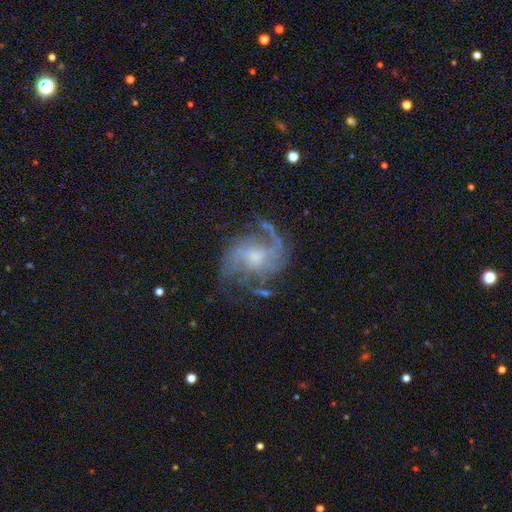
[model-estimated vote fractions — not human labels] Smooth or featured? Predicted: featured or disk (p=0.81). Edge-on disk? Predicted: no (p=0.98). Bar? Predicted: no (p=0.53). Spiral arms? Predicted: yes (p=0.96). Spiral winding? Predicted: medium (p=0.50). Spiral arm count? Predicted: 2 (p=0.54). Bulge size? Predicted: moderate (p=0.44). Merging? Predicted: none (p=0.67).